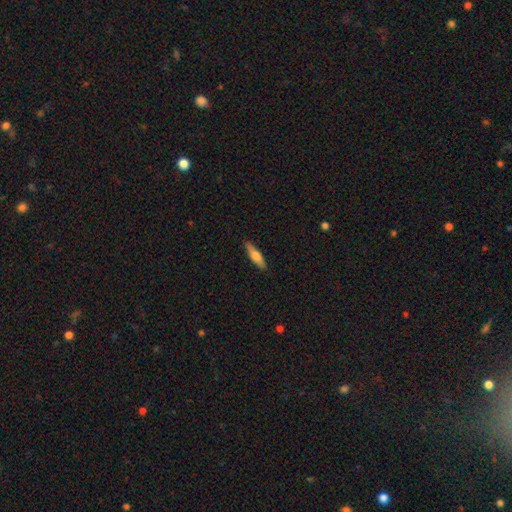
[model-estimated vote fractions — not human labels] This is likely a smooth galaxy (67%). How rounded: likely cigar-shaped (72%). Merging: clearly none (88%).